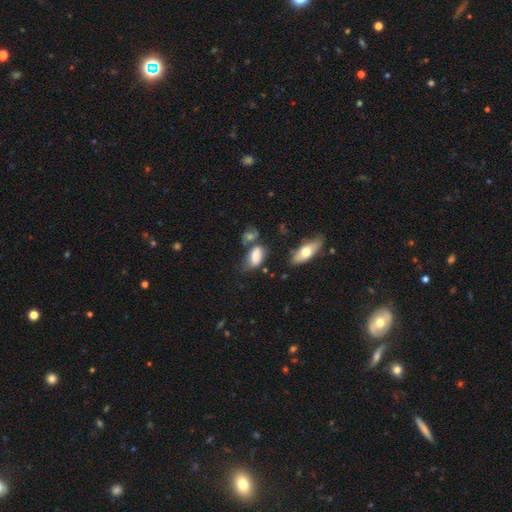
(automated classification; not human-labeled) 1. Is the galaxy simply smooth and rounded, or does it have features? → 74% smooth, 17% featured or disk, 9% star or artifact.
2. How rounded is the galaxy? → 89% in between, 6% round, 5% cigar-shaped.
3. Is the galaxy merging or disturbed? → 45% none, 25% minor disturbance, 18% merger, 11% major disturbance.